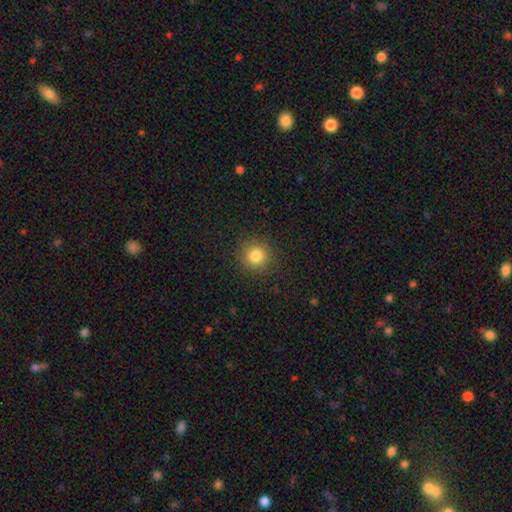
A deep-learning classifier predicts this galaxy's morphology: A smooth galaxy with no disk features (82%) that is round (93%).

Vote fractions:
- Smooth or featured? smooth: 82% / star or artifact: 12% / featured or disk: 5%
- How rounded? round: 93% / in between: 6% / cigar-shaped: 1%
- Merging? none: 90% / minor disturbance: 7% / major disturbance: 2% / merger: 1%